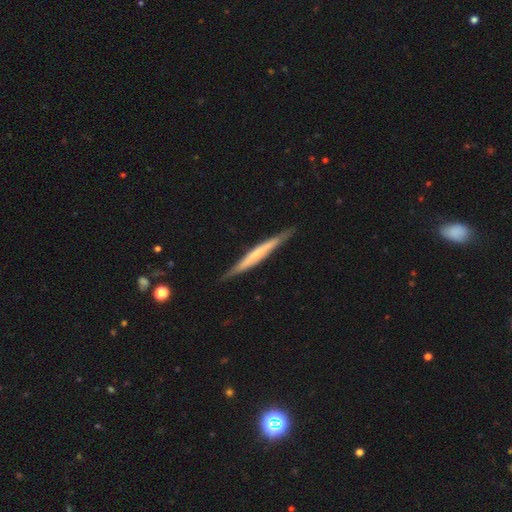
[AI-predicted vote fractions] This is likely a featured or disk galaxy (62%). It is clearly viewed edge-on (96%). Edge-on bulge: possibly none (49%). Merging: clearly none (87%).